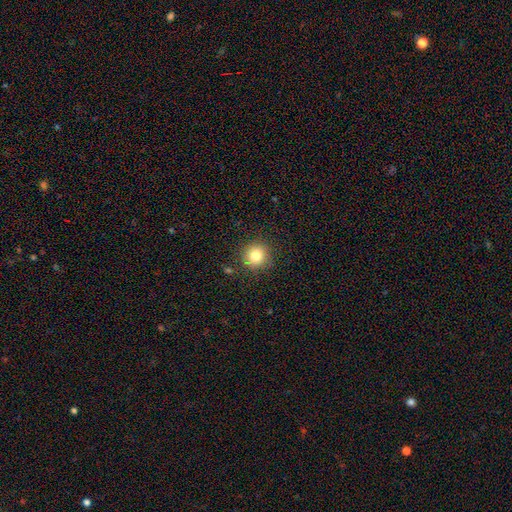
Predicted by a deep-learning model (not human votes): Smooth or featured?
  - smooth: 80% *
  - star or artifact: 11%
  - featured or disk: 8%
How rounded?
  - round: 92% *
  - in between: 7%
  - cigar-shaped: 1%
Merging?
  - none: 87% *
  - minor disturbance: 9%
  - major disturbance: 3%
  - merger: 2%